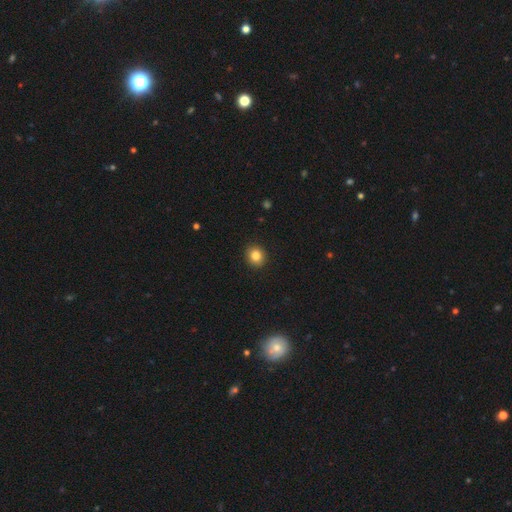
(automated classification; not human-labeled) The model was most divided on "how rounded": round: 82%, in between: 17%, cigar-shaped: 1%. More confident: merging — none (92%); smooth or featured — smooth (84%).